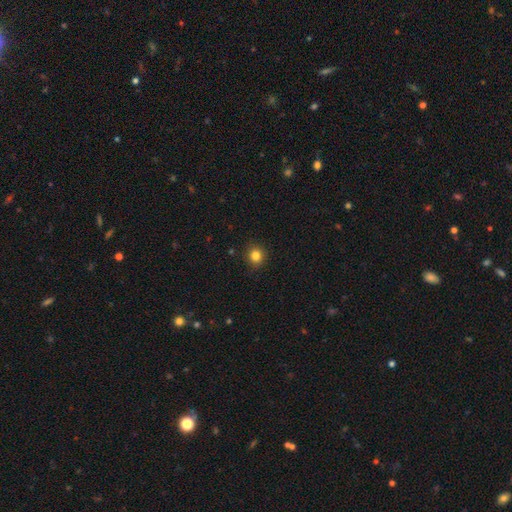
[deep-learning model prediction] Morphology: type=smooth (83%); roundness=round (92%); merging=none (91%).